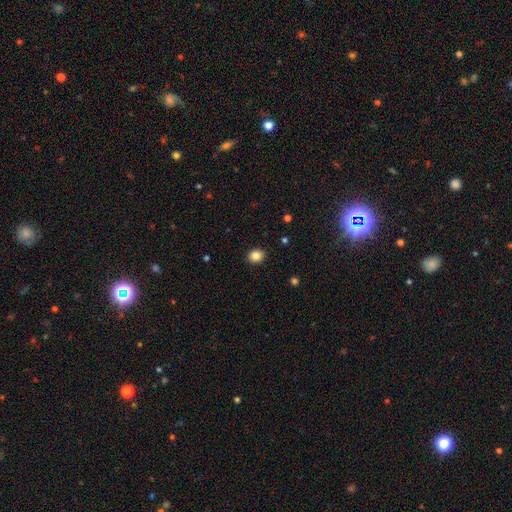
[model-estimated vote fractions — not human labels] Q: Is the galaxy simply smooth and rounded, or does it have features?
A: smooth — 84%.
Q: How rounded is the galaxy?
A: round — 60%.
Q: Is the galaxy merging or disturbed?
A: none — 91%.